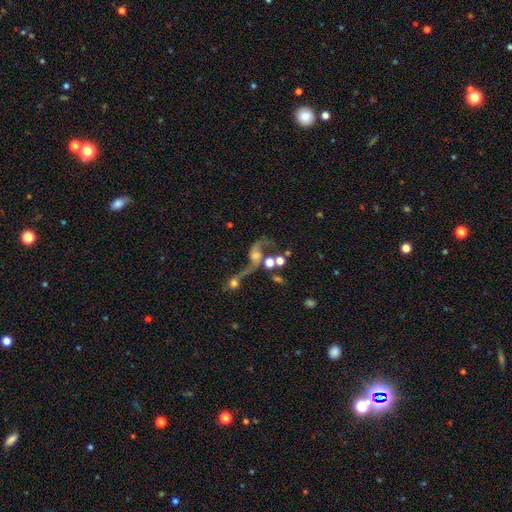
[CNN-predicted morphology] smooth-or-featured: featured or disk: 60% | smooth: 24% | star or artifact: 16%
  disk-edge-on: no: 93% | yes: 7%
    bar: no: 68% | weak: 25% | strong: 7%
    has-spiral-arms: yes: 71% | no: 29%
    bulge-size: moderate: 40% | small: 24% | none: 16% | large: 16% | dominant: 4%
  merging: merger: 47% | major disturbance: 24% | none: 19% | minor disturbance: 9%